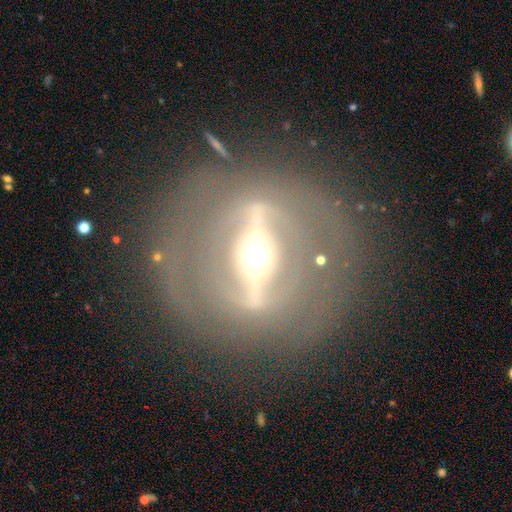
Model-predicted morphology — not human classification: Q: Smooth or featured?
A: featured or disk (82%); runner-up: smooth (11%)
Q: Edge-on disk?
A: no (64%); runner-up: yes (36%)
Q: Bar?
A: strong (83%); runner-up: weak (10%)
Q: Spiral arms?
A: no (74%); runner-up: yes (26%)
Q: Bulge size?
A: moderate (48%); runner-up: small (41%)
Q: Merging?
A: none (77%); runner-up: minor disturbance (11%)